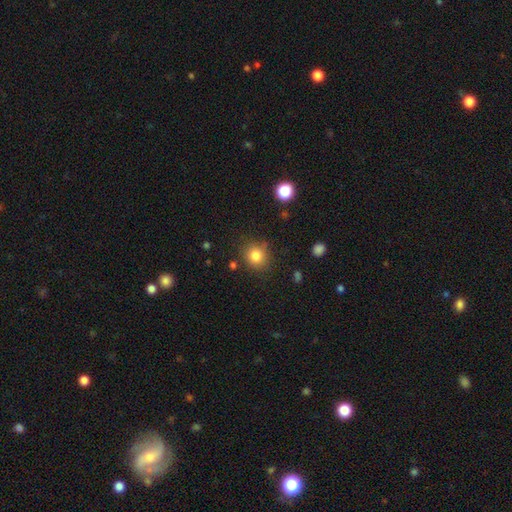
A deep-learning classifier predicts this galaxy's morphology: Overall: smooth (83%). How rounded: round (85%). Merging: none (81%).